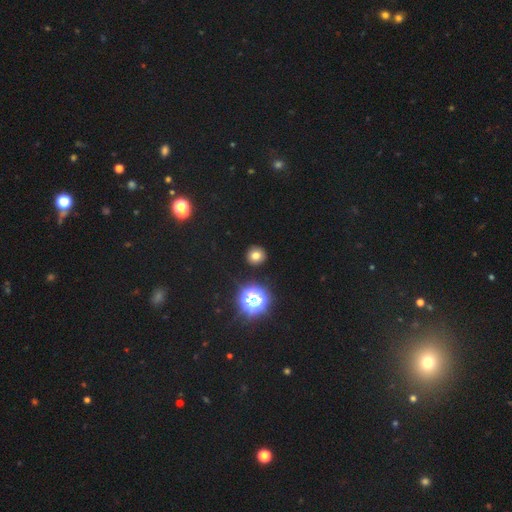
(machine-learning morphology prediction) type=smooth (74%); roundness=round (92%); merging=none (91%).